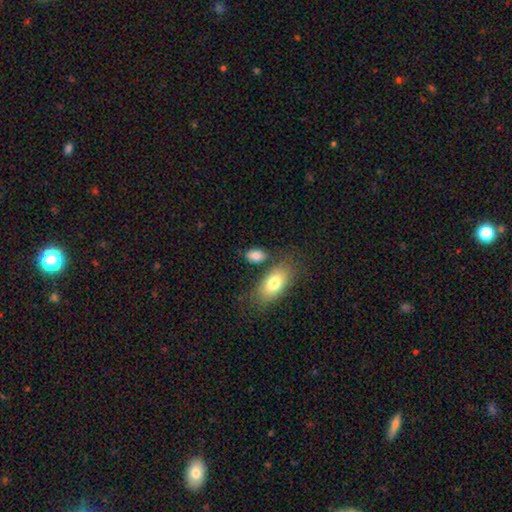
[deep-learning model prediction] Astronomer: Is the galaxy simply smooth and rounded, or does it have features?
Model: smooth — 83%.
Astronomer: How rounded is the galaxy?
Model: in between — 88%.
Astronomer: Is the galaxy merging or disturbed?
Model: none — 68%.